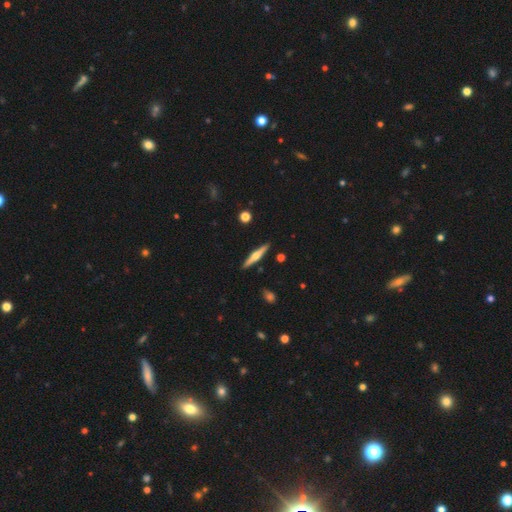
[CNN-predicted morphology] smooth-or-featured: featured or disk: 67% | smooth: 28% | star or artifact: 6%
  disk-edge-on: yes: 97% | no: 3%
    edge-on-bulge: rounded: 90% | boxy: 5% | none: 5%
  merging: none: 91% | minor disturbance: 6% | merger: 2% | major disturbance: 1%